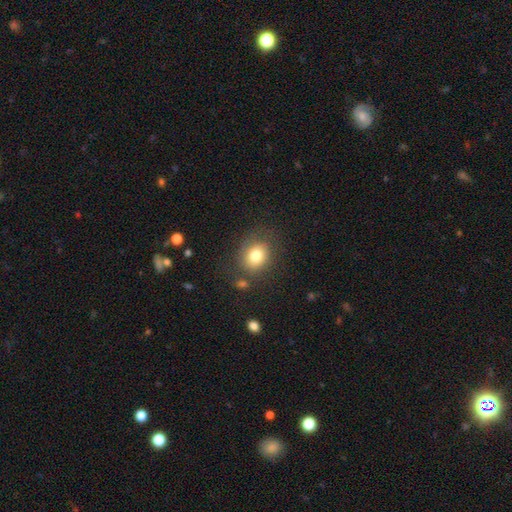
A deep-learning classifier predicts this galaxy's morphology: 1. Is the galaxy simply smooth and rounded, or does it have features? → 78% smooth, 11% featured or disk, 10% star or artifact.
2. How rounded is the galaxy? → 63% round, 37% in between, 1% cigar-shaped.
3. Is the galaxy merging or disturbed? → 73% none, 16% minor disturbance, 6% major disturbance, 5% merger.